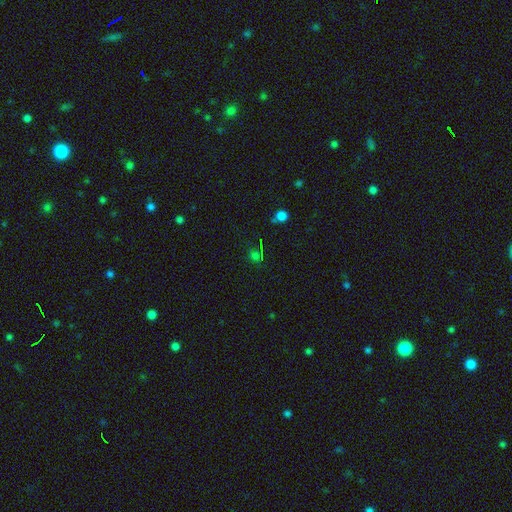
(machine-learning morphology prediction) type=star or artifact (53%).